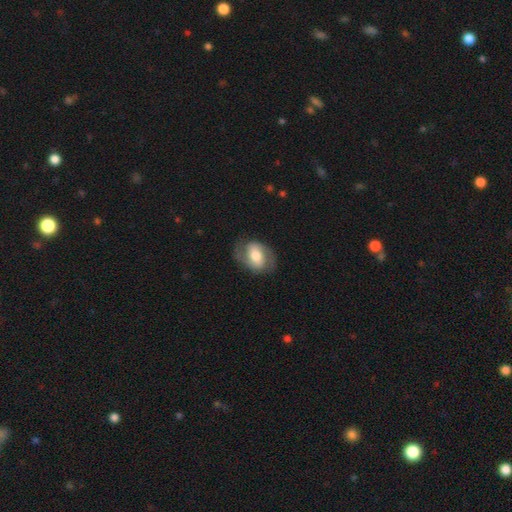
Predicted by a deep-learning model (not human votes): Smooth or featured: featured or disk — 60% (smooth — 33%)
Edge-on disk: no — 96% (yes — 4%)
Bar: weak — 40% (no — 34%)
Spiral arms: yes — 82% (no — 18%)
Bulge size: moderate — 59% (large — 22%)
Merging: none — 73% (minor disturbance — 17%)